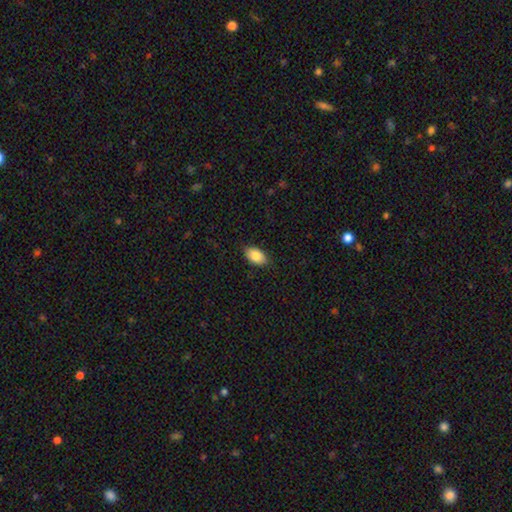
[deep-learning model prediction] smooth-or-featured: smooth: 86% | star or artifact: 7% | featured or disk: 7%
  how-rounded: in between: 93% | round: 6% | cigar-shaped: 2%
  merging: none: 87% | minor disturbance: 10% | major disturbance: 2% | merger: 1%